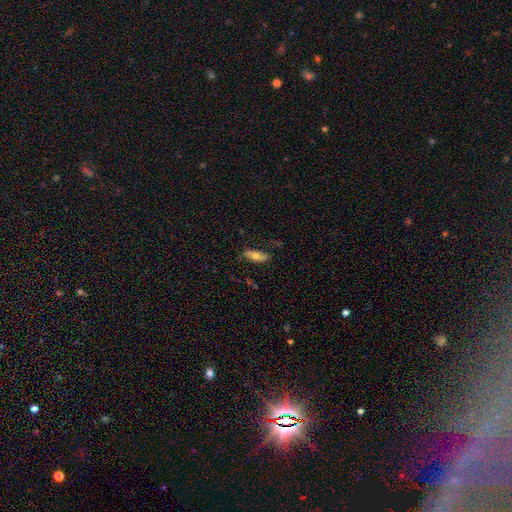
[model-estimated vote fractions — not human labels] Smooth or featured: smooth — 63% (featured or disk — 30%)
How rounded: in between — 68% (cigar-shaped — 29%)
Merging: none — 79% (minor disturbance — 16%)